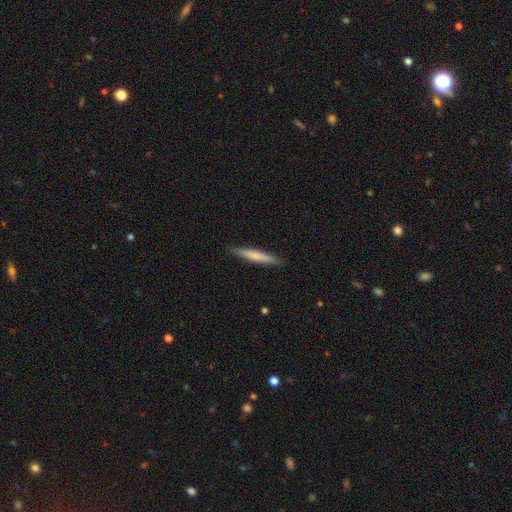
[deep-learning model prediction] Smooth or featured?
  - smooth: 72% *
  - featured or disk: 23%
  - star or artifact: 5%
How rounded?
  - cigar-shaped: 95% *
  - in between: 4%
  - round: 1%
Merging?
  - none: 91% *
  - minor disturbance: 7%
  - major disturbance: 1%
  - merger: 1%